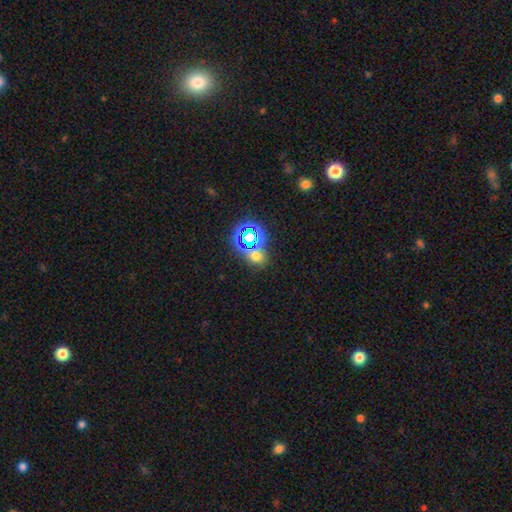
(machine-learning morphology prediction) Smooth or featured? smooth (50%)
How rounded? round (58%)
Merging? none (62%)